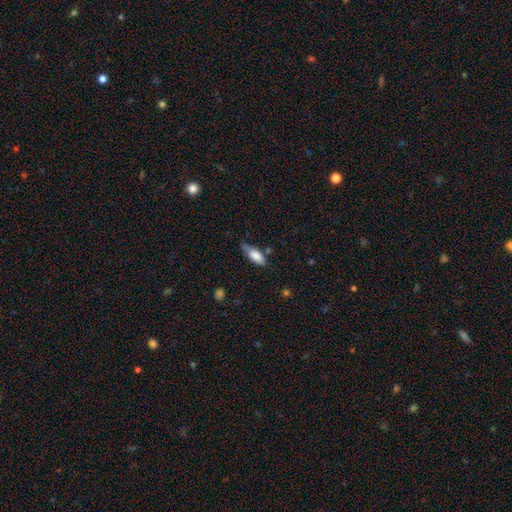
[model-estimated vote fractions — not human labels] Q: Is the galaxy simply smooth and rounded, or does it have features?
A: smooth — 80%.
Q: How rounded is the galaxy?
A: in between — 76%.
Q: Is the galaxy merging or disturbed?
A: none — 56%.